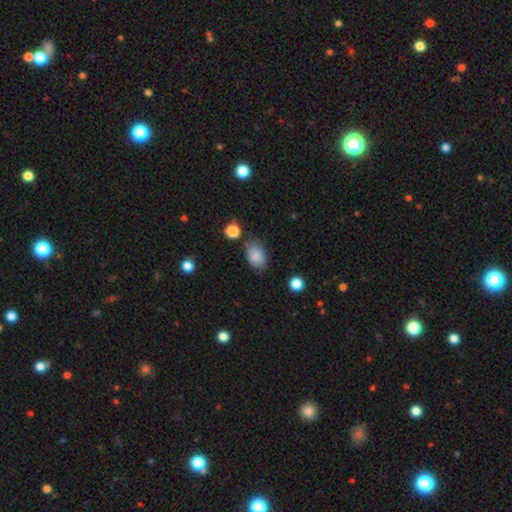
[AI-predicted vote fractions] Smooth or featured: smooth — 84% (star or artifact — 9%)
How rounded: in between — 87% (round — 12%)
Merging: none — 70% (minor disturbance — 20%)